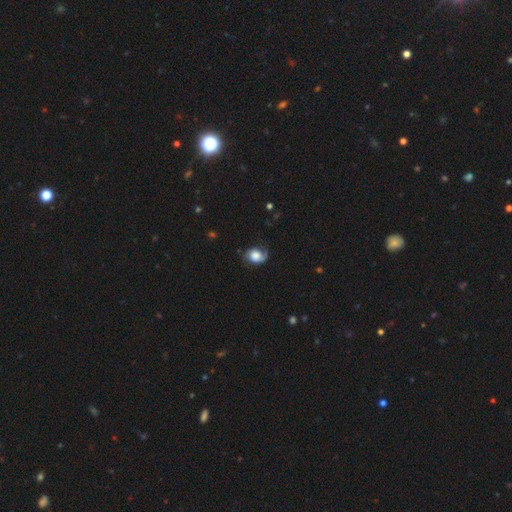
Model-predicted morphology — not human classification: smooth-or-featured: featured or disk: 50% | smooth: 41% | star or artifact: 9%
  disk-edge-on: no: 97% | yes: 3%
  merging: none: 58% | minor disturbance: 26% | major disturbance: 15% | merger: 2%